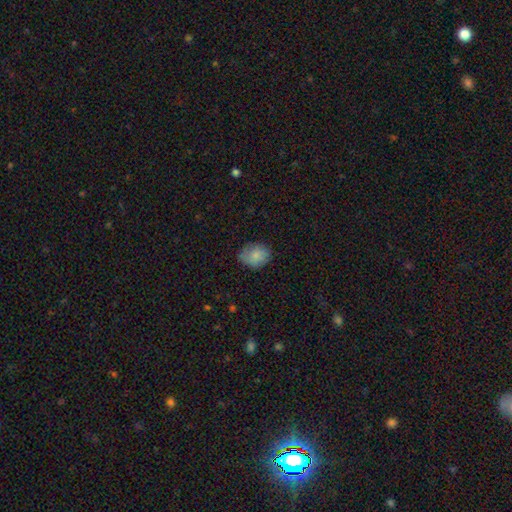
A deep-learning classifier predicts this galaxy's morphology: type=smooth (80%); roundness=in between (53%); merging=none (73%).